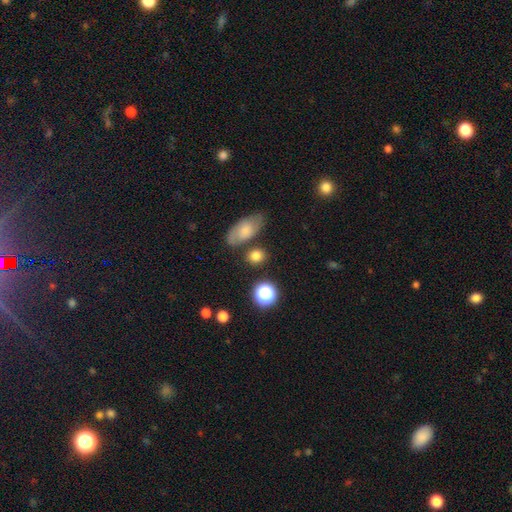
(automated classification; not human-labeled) Smooth or featured? smooth (78%)
How rounded? round (58%)
Merging? none (75%)